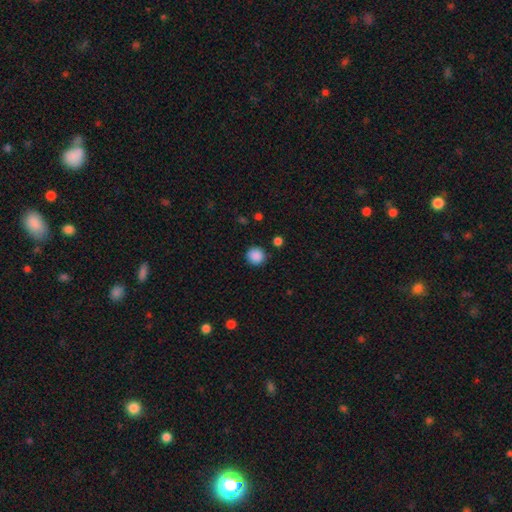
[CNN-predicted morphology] Smooth or featured? smooth (88%)
How rounded? round (92%)
Merging? none (89%)